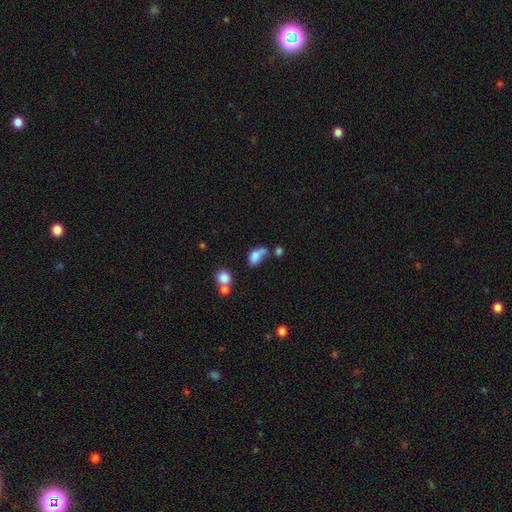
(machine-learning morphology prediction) The model was most divided on "merging": merger: 37%, none: 27%, minor disturbance: 21%, major disturbance: 16%. More confident: how rounded — in between (81%); smooth or featured — smooth (76%).